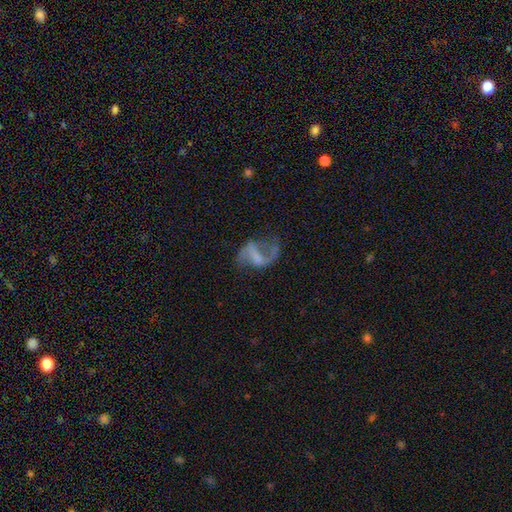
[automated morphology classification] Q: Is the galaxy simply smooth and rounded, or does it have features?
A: featured or disk — 80%.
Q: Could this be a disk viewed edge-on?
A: no — 97%.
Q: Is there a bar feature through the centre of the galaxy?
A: strong — 42%.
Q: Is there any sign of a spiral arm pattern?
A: yes — 88%.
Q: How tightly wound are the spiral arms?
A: loose — 68%.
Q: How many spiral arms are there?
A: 2 — 87%.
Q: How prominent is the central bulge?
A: none — 52%.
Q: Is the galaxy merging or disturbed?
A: none — 58%.